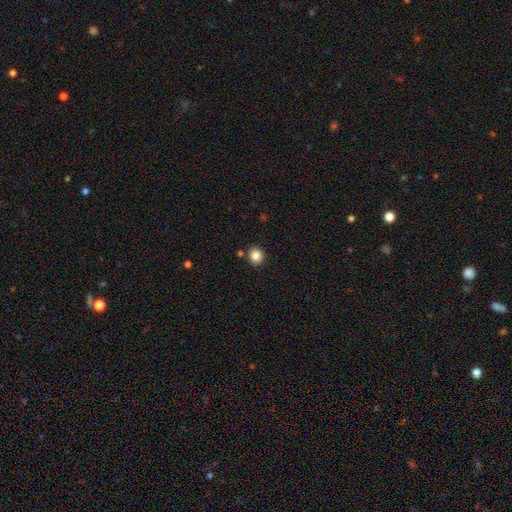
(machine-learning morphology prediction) The model was most divided on "how rounded": round: 86%, in between: 13%, cigar-shaped: 1%. More confident: merging — none (85%); smooth or featured — smooth (85%).